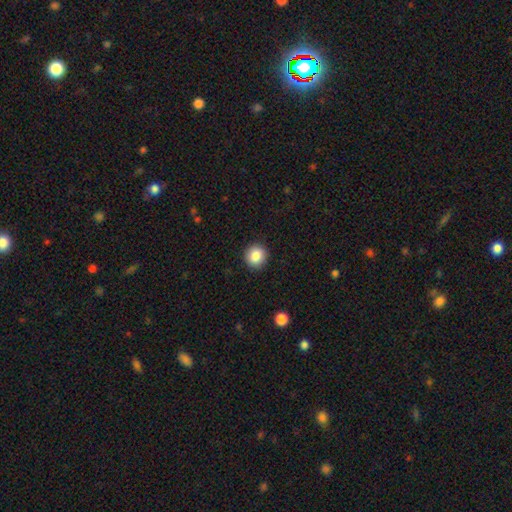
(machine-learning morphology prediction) Overall: smooth (86%). How rounded: round (91%). Merging: none (92%).